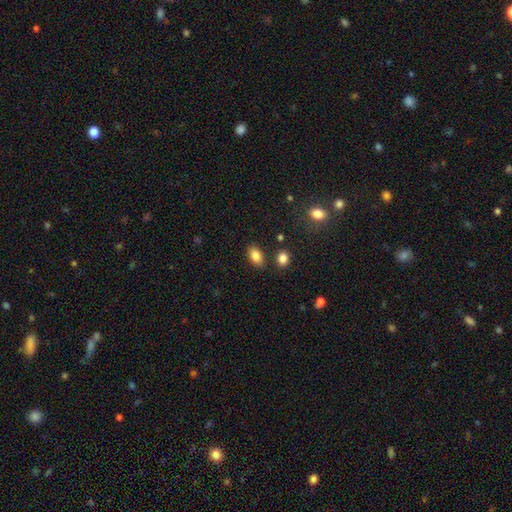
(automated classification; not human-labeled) Morphology: type=smooth (85%); roundness=in between (88%); merging=none (80%).